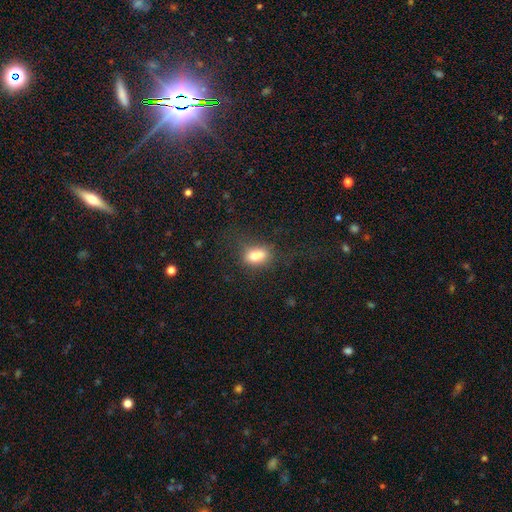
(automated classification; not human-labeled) smooth-or-featured: smooth: 80% | star or artifact: 11% | featured or disk: 9%
  how-rounded: in between: 81% | round: 14% | cigar-shaped: 5%
  merging: none: 66% | minor disturbance: 19% | major disturbance: 12% | merger: 3%